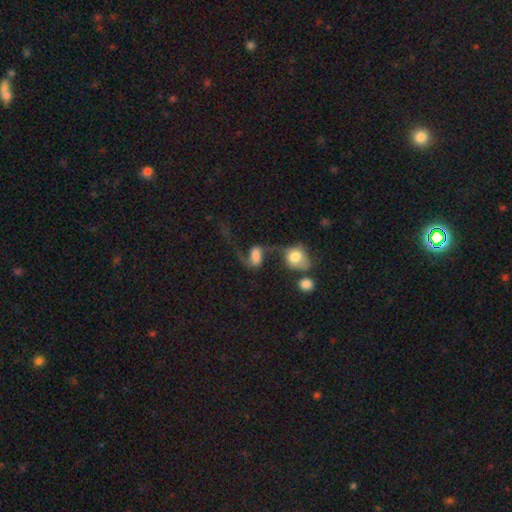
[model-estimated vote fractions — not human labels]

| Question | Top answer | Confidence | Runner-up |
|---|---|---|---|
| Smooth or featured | featured or disk | 67% | smooth (24%) |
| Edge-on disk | no | 96% | yes (4%) |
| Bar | weak | 42% | no (31%) |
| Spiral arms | yes | 89% | no (11%) |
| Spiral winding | loose | 82% | medium (15%) |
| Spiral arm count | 2 | 78% | 1 (16%) |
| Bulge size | moderate | 34% | large (30%) |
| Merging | merger | 40% | none (26%) |